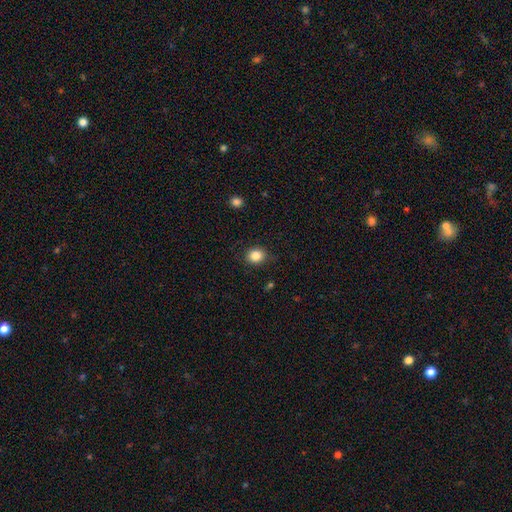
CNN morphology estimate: This appears to be a smooth galaxy with no disk features (85%) that is round (76%). Merging: none (86%).